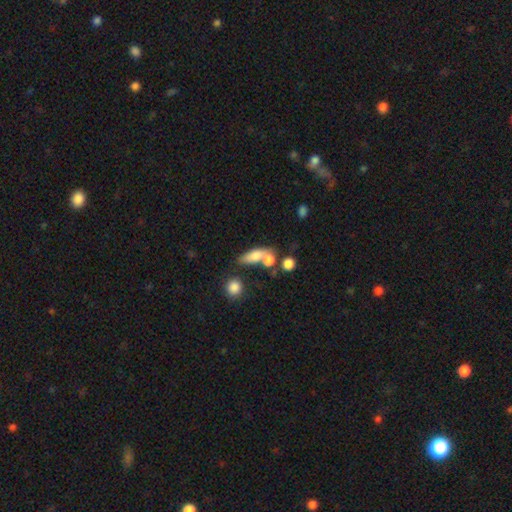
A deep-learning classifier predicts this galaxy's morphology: smooth 72%, featured or disk 18%, star or artifact 10%. Down the decision tree: how rounded — in between (60%); merging — none (42%).